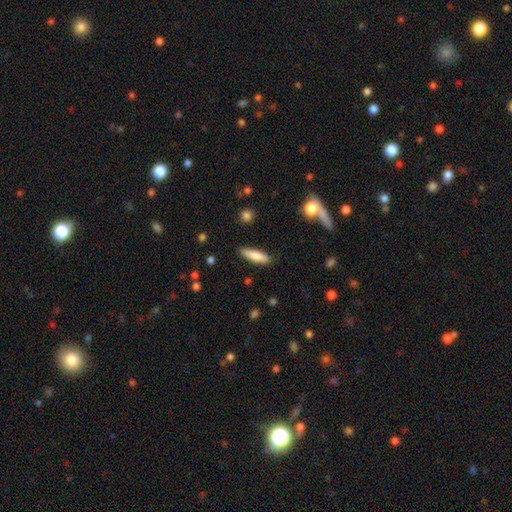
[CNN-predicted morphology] This is clearly a smooth galaxy (80%). How rounded: likely cigar-shaped (65%). Merging: clearly none (87%).